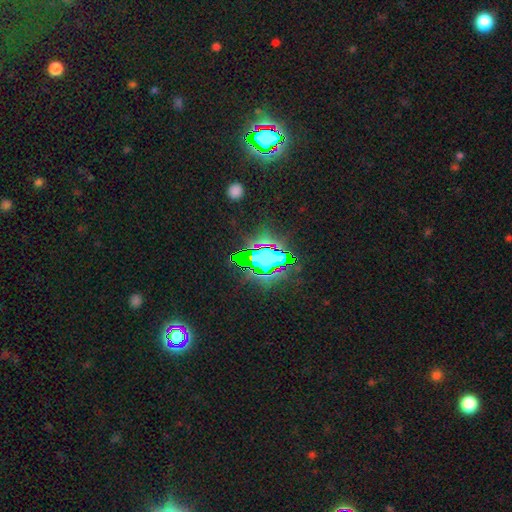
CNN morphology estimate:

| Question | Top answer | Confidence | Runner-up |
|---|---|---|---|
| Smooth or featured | star or artifact | 70% | smooth (18%) |